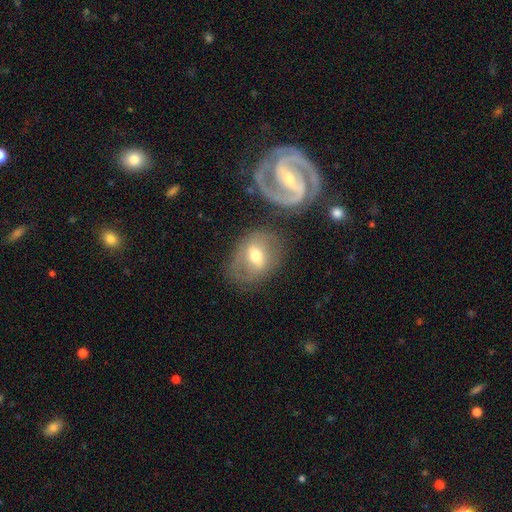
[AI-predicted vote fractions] smooth_or_featured: featured or disk (p=0.55) [alt: smooth p=0.37]
disk_edge_on: no (p=0.89) [alt: yes p=0.11]
merging: none (p=0.66) [alt: minor disturbance p=0.18]